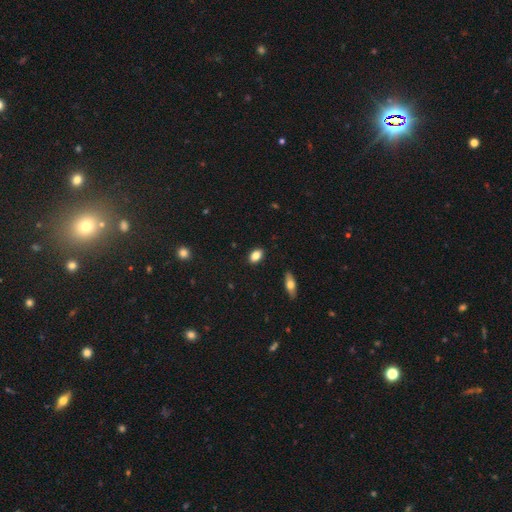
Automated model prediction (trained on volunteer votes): This appears to be a smooth galaxy with no disk features (84%) that is in between round and cigar-shaped (86%). Merging: none (88%).